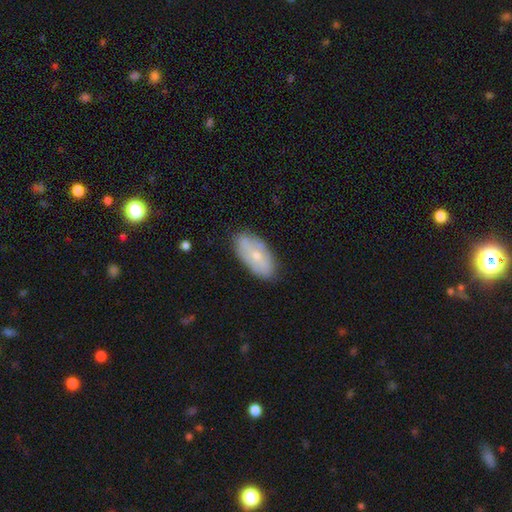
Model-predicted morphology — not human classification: A smooth galaxy with no disk features (56%) that is in between round and cigar-shaped (92%). Merging: none (78%).